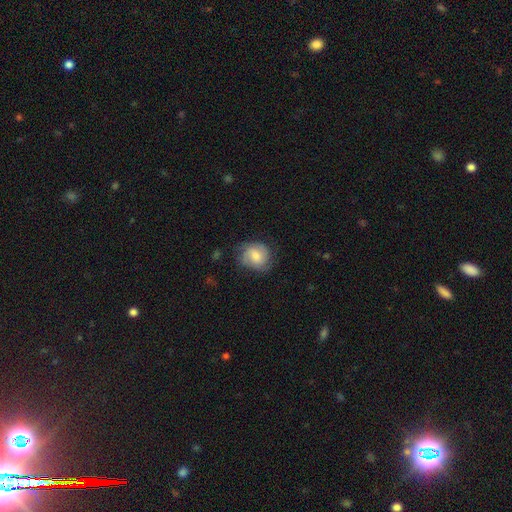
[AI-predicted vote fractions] smooth_or_featured: smooth (p=0.47) [alt: featured or disk p=0.46]
merging: none (p=0.66) [alt: minor disturbance p=0.24]